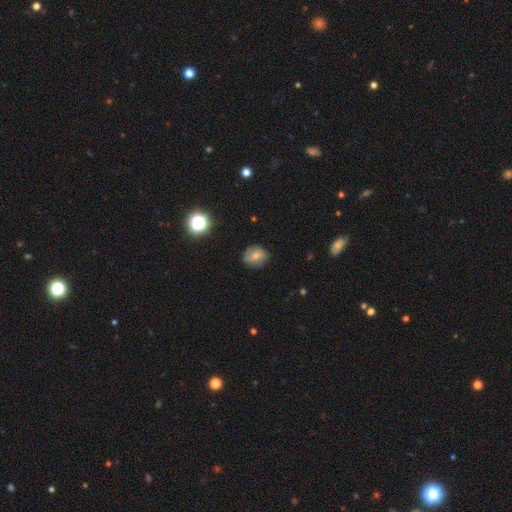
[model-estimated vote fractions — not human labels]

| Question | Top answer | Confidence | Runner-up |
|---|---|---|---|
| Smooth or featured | smooth | 55% | featured or disk (33%) |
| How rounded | round | 63% | in between (36%) |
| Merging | none | 74% | minor disturbance (19%) |